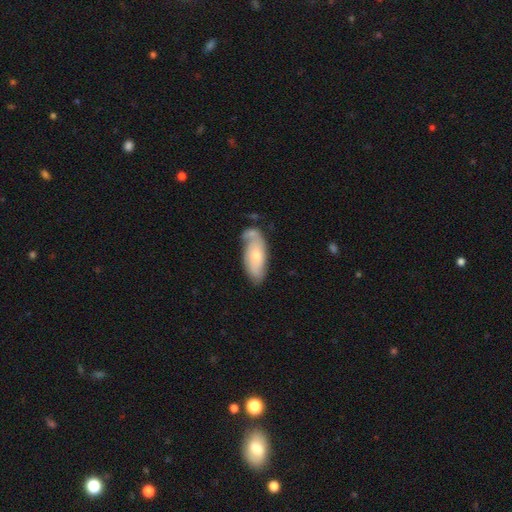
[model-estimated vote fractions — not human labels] smooth 52%, featured or disk 42%, star or artifact 6%. Down the decision tree: how rounded — in between (84%); merging — none (48%).